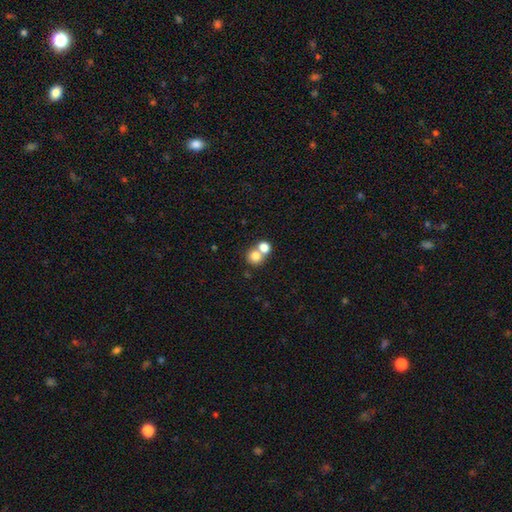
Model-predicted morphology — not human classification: Smooth or featured? Predicted: smooth (p=0.78). How rounded? Predicted: round (p=0.85). Merging? Predicted: merger (p=0.51).